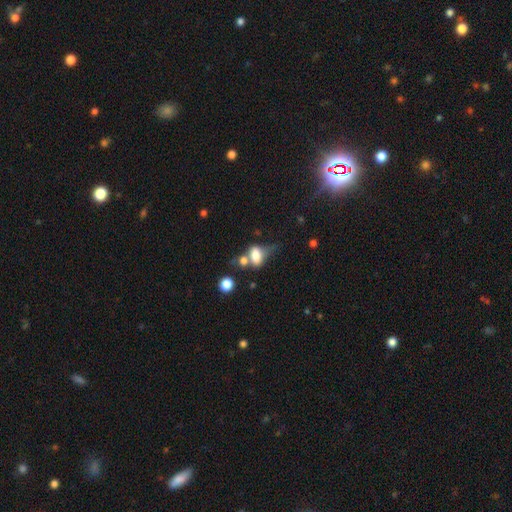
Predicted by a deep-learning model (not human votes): Q: Smooth or featured?
A: smooth (69%); runner-up: featured or disk (20%)
Q: How rounded?
A: in between (78%); runner-up: round (18%)
Q: Merging?
A: merger (32%); runner-up: none (25%)